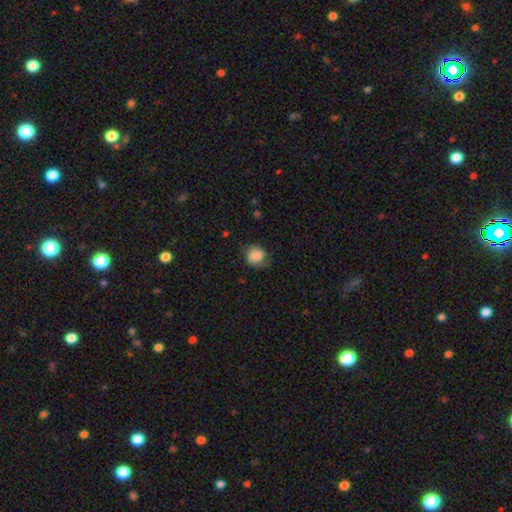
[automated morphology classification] This is likely a smooth galaxy (72%). How rounded: likely round (73%). Merging: possibly none (57%).